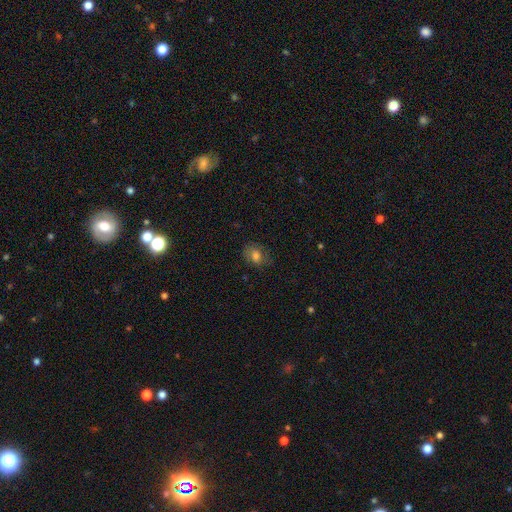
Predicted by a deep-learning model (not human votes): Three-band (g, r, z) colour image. It shows a smooth galaxy with no disk features (71%) that is in between round and cigar-shaped (59%). Merging: none (71%).